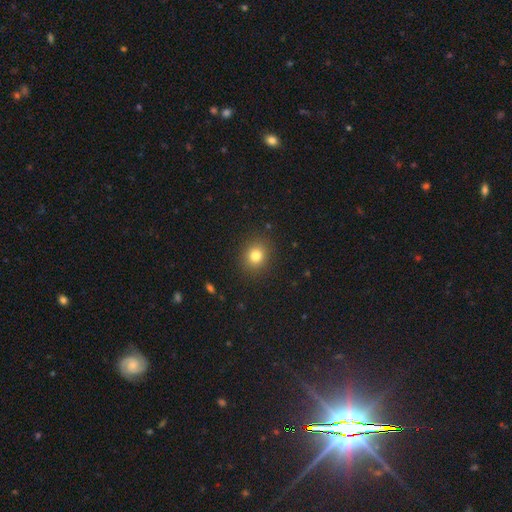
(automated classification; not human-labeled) Morphology: type=smooth (80%); roundness=round (74%); merging=none (89%).